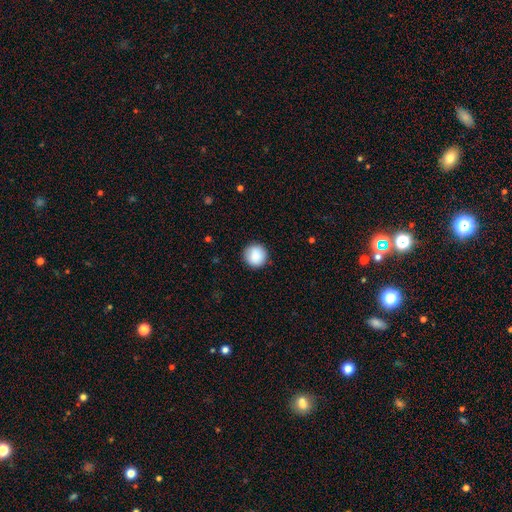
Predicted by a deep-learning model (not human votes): A smooth galaxy with no disk features (89%) that is round (95%).

Vote fractions:
- Smooth or featured? smooth: 89% / star or artifact: 8% / featured or disk: 4%
- How rounded? round: 95% / in between: 4% / cigar-shaped: 1%
- Merging? none: 90% / minor disturbance: 7% / major disturbance: 2% / merger: 1%